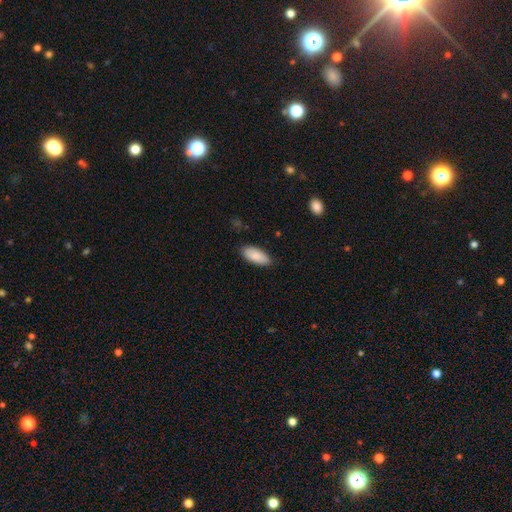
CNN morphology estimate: This appears to be a smooth galaxy with no disk features (87%) that is in between round and cigar-shaped (89%). Merging: none (83%).